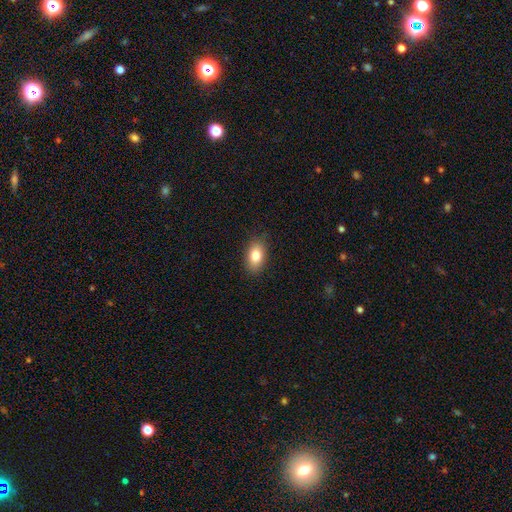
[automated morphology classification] Q: Smooth or featured?
A: smooth (83%); runner-up: featured or disk (9%)
Q: How rounded?
A: in between (90%); runner-up: round (8%)
Q: Merging?
A: none (87%); runner-up: minor disturbance (10%)